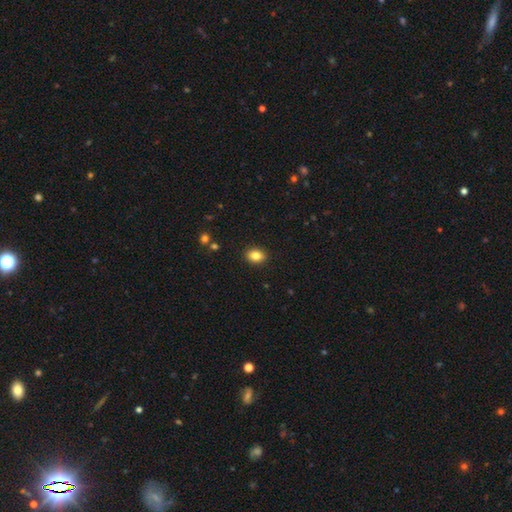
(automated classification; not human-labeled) A smooth galaxy with no disk features (84%) that is in between round and cigar-shaped (68%).

Vote fractions:
- Smooth or featured? smooth: 84% / star or artifact: 9% / featured or disk: 7%
- How rounded? in between: 68% / round: 31% / cigar-shaped: 1%
- Merging? none: 90% / minor disturbance: 7% / major disturbance: 2% / merger: 1%